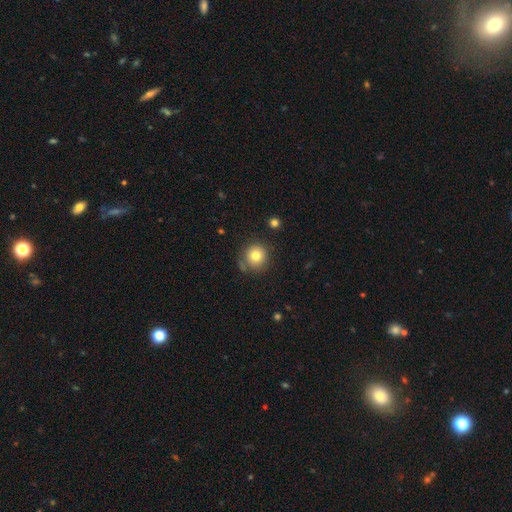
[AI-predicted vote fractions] Smooth or featured? smooth (79%)
How rounded? round (93%)
Merging? none (77%)